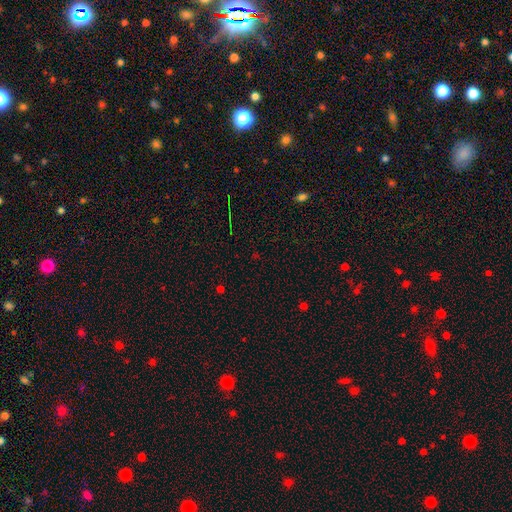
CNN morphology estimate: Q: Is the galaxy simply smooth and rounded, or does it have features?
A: star or artifact — 67%.